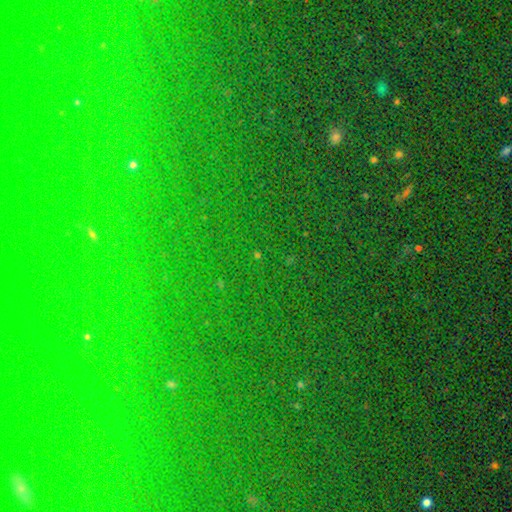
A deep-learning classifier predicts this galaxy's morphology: star or artifact 81%, smooth 11%, featured or disk 8%.